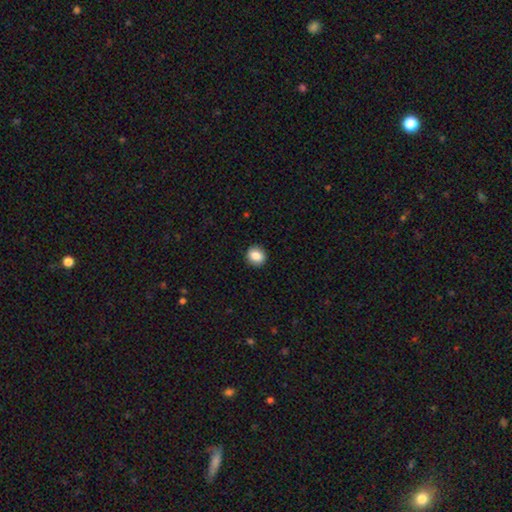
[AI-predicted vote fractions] Morphology: type=smooth (86%); roundness=round (75%); merging=none (91%).